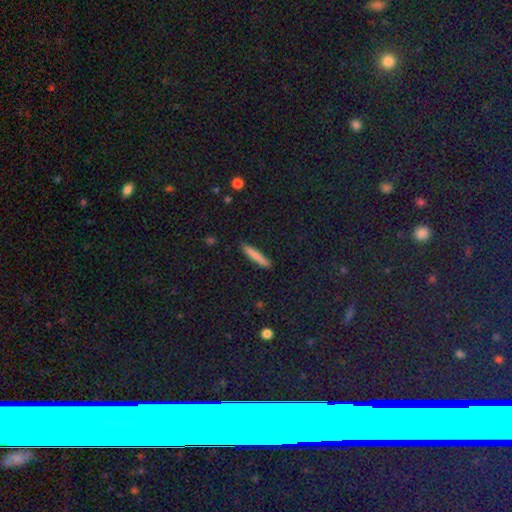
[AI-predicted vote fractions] This appears to be a smooth galaxy with no disk features (77%) that is cigar-shaped (93%). Merging: none (89%).